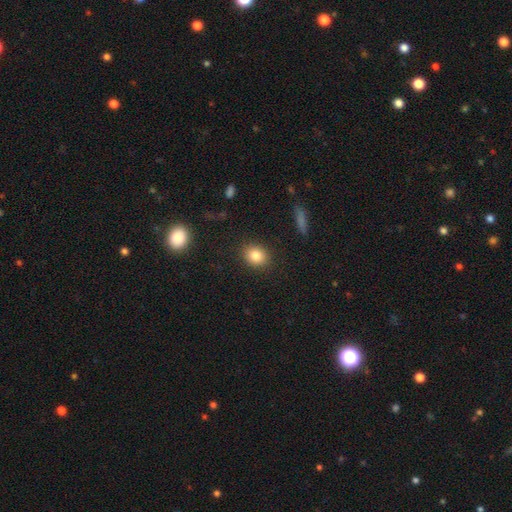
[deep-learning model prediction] smooth 83%, star or artifact 10%, featured or disk 7%. Down the decision tree: how rounded — round (61%); merging — none (89%).